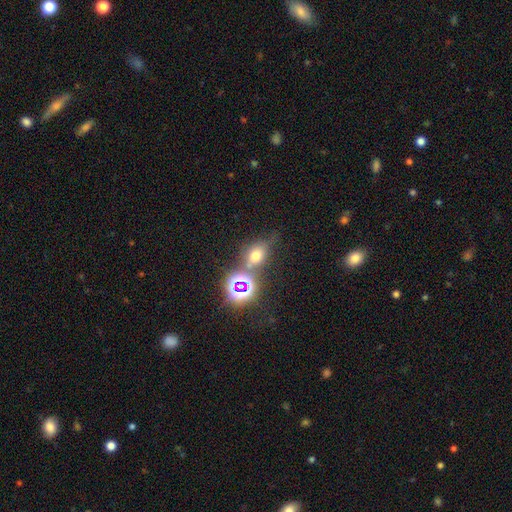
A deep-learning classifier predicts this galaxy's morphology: Q: Smooth or featured?
A: smooth (53%); runner-up: star or artifact (31%)
Q: How rounded?
A: in between (55%); runner-up: round (41%)
Q: Merging?
A: none (56%); runner-up: merger (20%)